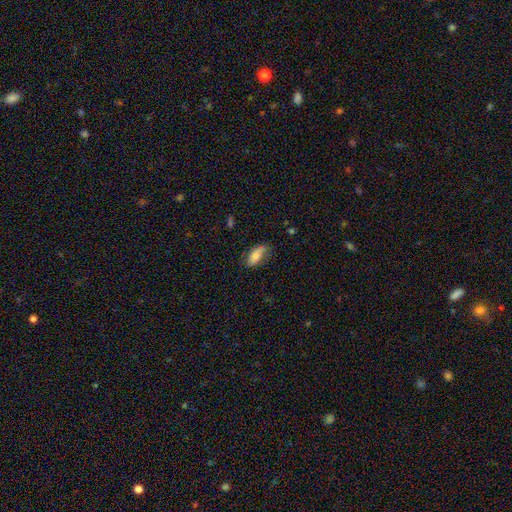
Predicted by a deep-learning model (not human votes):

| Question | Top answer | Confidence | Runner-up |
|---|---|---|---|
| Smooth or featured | smooth | 71% | featured or disk (22%) |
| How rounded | in between | 88% | cigar-shaped (10%) |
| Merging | none | 62% | minor disturbance (28%) |